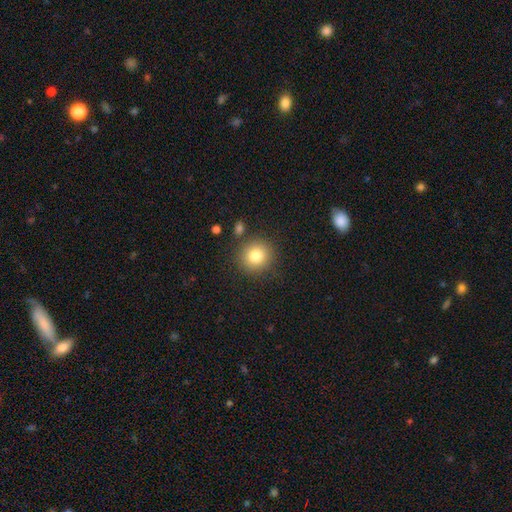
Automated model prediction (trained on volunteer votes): Smooth or featured: smooth — 81% (star or artifact — 11%)
How rounded: round — 91% (in between — 8%)
Merging: none — 85% (minor disturbance — 8%)